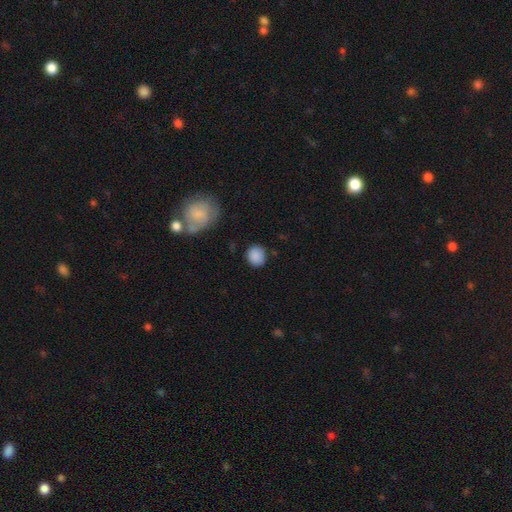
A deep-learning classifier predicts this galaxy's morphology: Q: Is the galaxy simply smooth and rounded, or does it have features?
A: smooth — 88%.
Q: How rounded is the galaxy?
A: round — 76%.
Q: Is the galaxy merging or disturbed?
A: none — 82%.